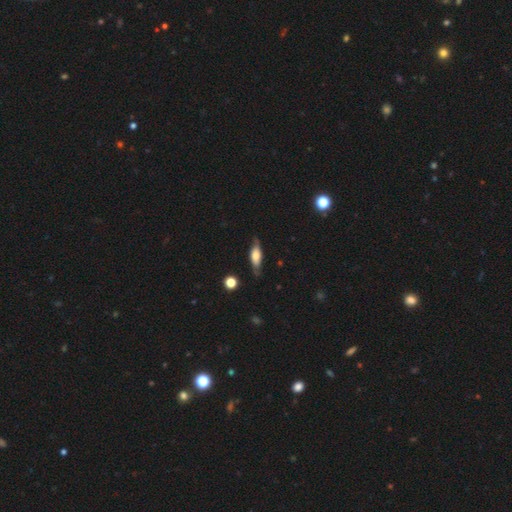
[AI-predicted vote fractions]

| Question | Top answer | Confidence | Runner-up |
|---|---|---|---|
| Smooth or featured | smooth | 50% | featured or disk (43%) |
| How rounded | in between | 56% | cigar-shaped (40%) |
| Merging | none | 74% | minor disturbance (19%) |